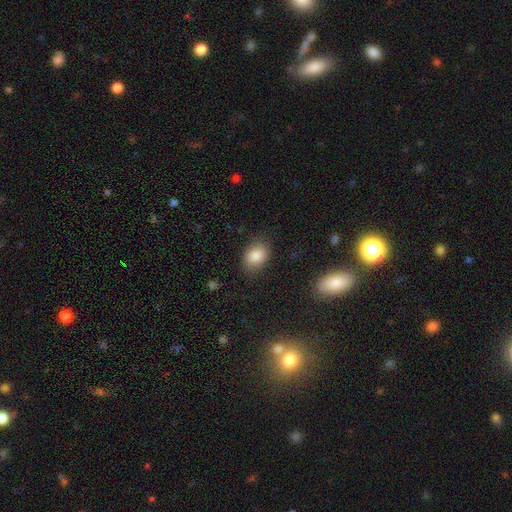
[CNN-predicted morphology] Smooth or featured?
  - smooth: 85% *
  - star or artifact: 8%
  - featured or disk: 7%
How rounded?
  - in between: 77% *
  - round: 22%
  - cigar-shaped: 1%
Merging?
  - none: 81% *
  - minor disturbance: 14%
  - major disturbance: 4%
  - merger: 1%